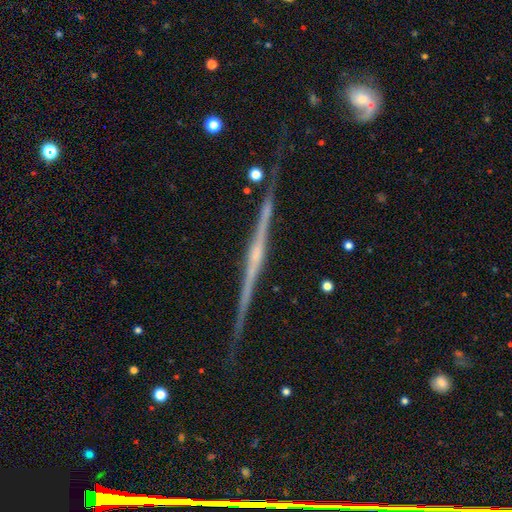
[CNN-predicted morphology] A featured or disk galaxy (88%) viewed edge-on (98%) with a rounded central bulge (64%).

Vote fractions:
- Smooth or featured? featured or disk: 88% / smooth: 6% / star or artifact: 6%
- Edge-on disk? yes: 98% / no: 2%
- Edge-on bulge? rounded: 64% / none: 23% / boxy: 13%
- Merging? none: 86% / minor disturbance: 10% / major disturbance: 2% / merger: 2%